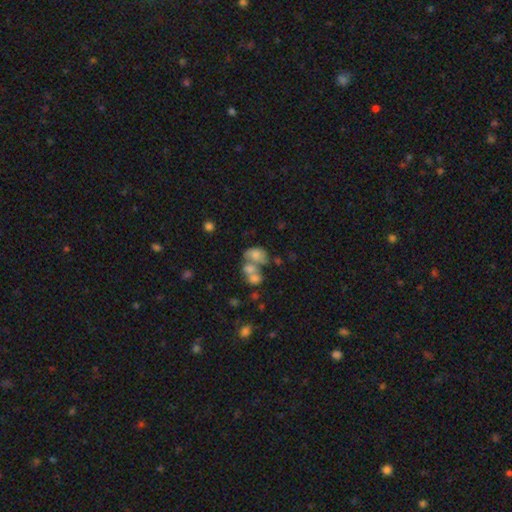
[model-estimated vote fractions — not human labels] Morphology: type=smooth (60%); roundness=in between (72%); merging=merger (60%).